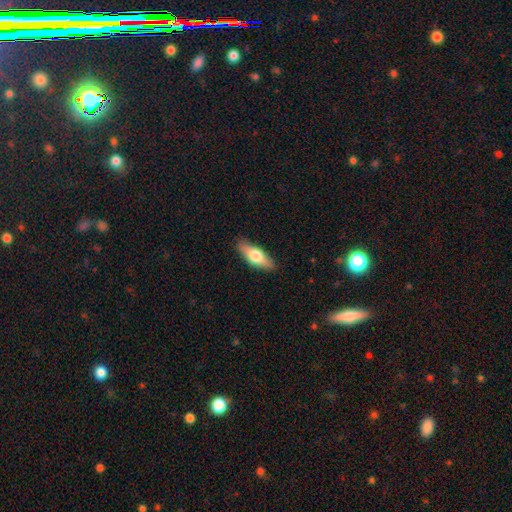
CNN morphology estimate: The model was most divided on "smooth or featured": smooth: 62%, featured or disk: 33%, star or artifact: 6%. More confident: merging — none (87%); how rounded — in between (63%).